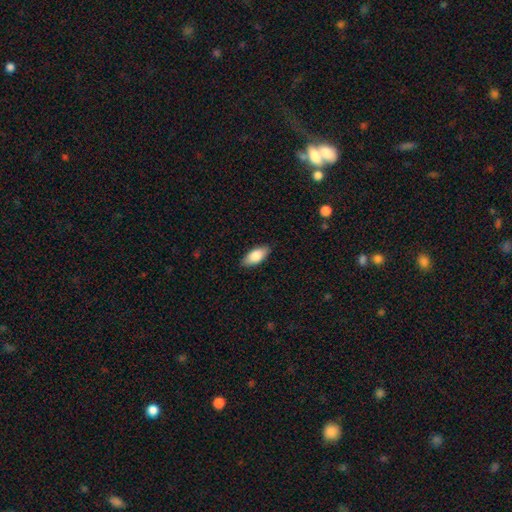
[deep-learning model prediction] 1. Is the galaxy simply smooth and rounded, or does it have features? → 84% smooth, 10% featured or disk, 6% star or artifact.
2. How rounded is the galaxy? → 88% in between, 10% cigar-shaped, 2% round.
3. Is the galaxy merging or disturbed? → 87% none, 10% minor disturbance, 2% major disturbance, 1% merger.